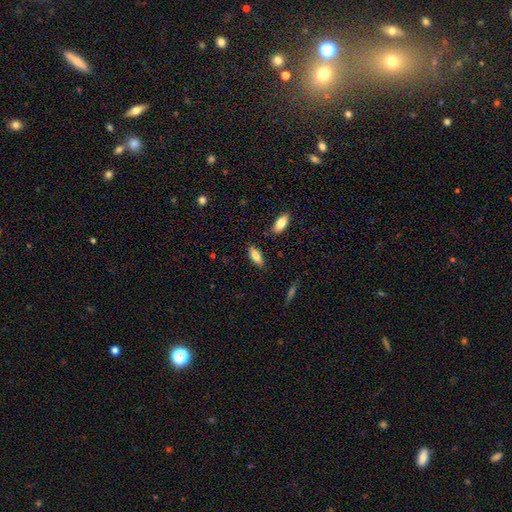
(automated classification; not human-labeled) Smooth or featured? Predicted: smooth (p=0.76). How rounded? Predicted: in between (p=0.71). Merging? Predicted: none (p=0.84).